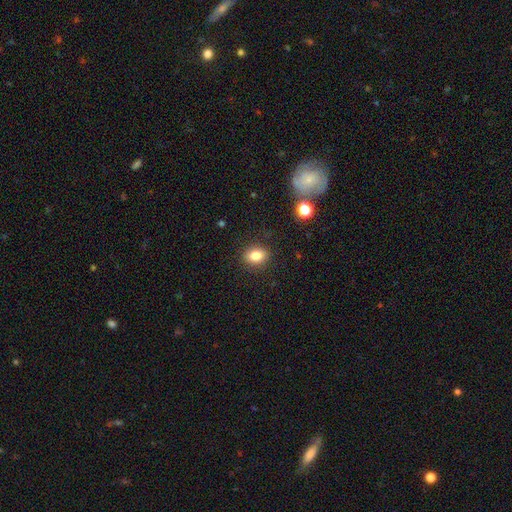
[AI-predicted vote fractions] Overall: smooth (82%). How rounded: in between (65%; round 33%). Merging: none (88%).